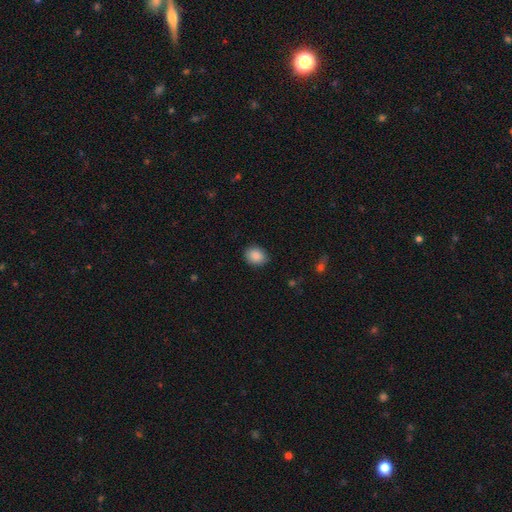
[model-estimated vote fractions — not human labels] smooth-or-featured: smooth: 88% | star or artifact: 8% | featured or disk: 4%
  how-rounded: in between: 52% | round: 47% | cigar-shaped: 1%
  merging: none: 86% | minor disturbance: 10% | major disturbance: 2% | merger: 1%